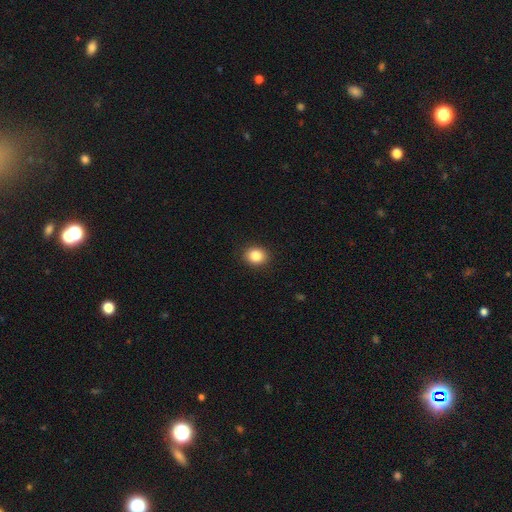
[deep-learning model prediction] Q: Smooth or featured?
A: smooth (86%); runner-up: star or artifact (9%)
Q: How rounded?
A: round (60%); runner-up: in between (39%)
Q: Merging?
A: none (91%); runner-up: minor disturbance (6%)